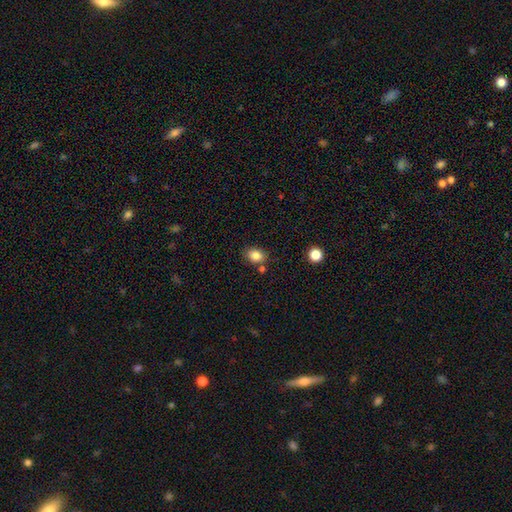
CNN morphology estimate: A smooth galaxy with no disk features (84%) that is in between round and cigar-shaped (62%).

Vote fractions:
- Smooth or featured? smooth: 84% / star or artifact: 10% / featured or disk: 6%
- How rounded? in between: 62% / round: 37% / cigar-shaped: 1%
- Merging? none: 75% / minor disturbance: 13% / merger: 9% / major disturbance: 3%